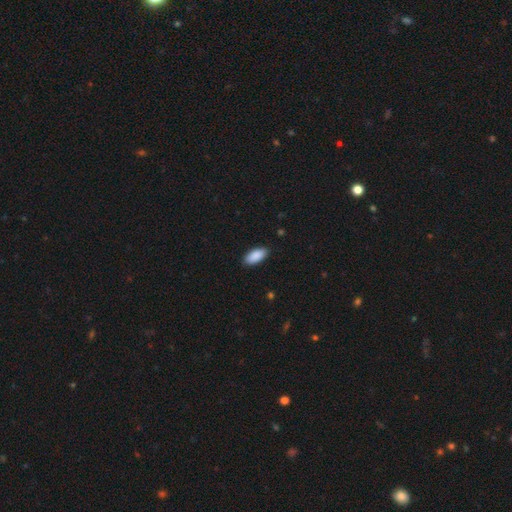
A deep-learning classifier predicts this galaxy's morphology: This is clearly a smooth galaxy (90%). How rounded: clearly in between (91%). Merging: clearly none (88%).